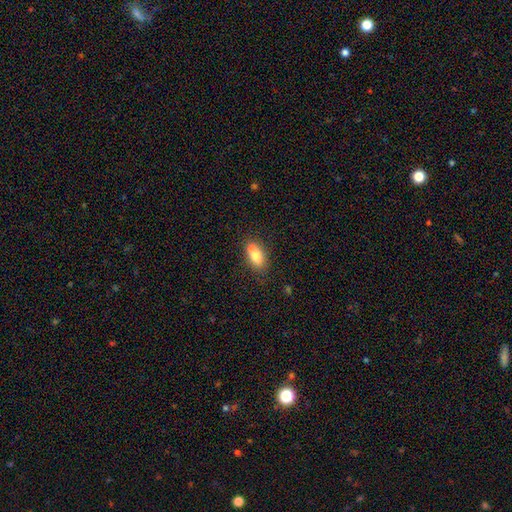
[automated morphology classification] Smooth or featured: smooth — 71% (featured or disk — 20%)
How rounded: in between — 81% (round — 13%)
Merging: merger — 44% (none — 41%)